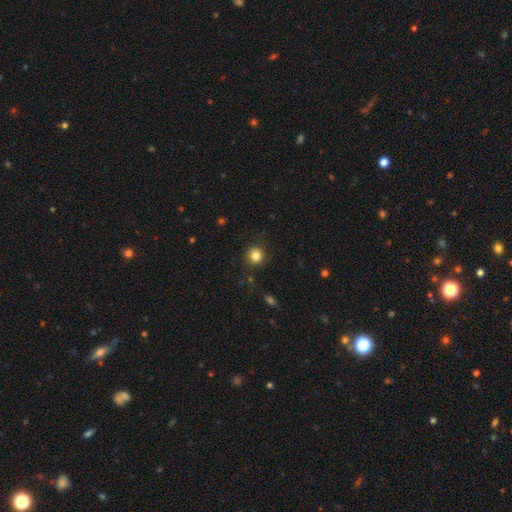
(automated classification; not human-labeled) Smooth or featured?
  - smooth: 84% *
  - star or artifact: 12%
  - featured or disk: 5%
How rounded?
  - round: 92% *
  - in between: 7%
  - cigar-shaped: 1%
Merging?
  - none: 87% *
  - minor disturbance: 8%
  - major disturbance: 3%
  - merger: 1%